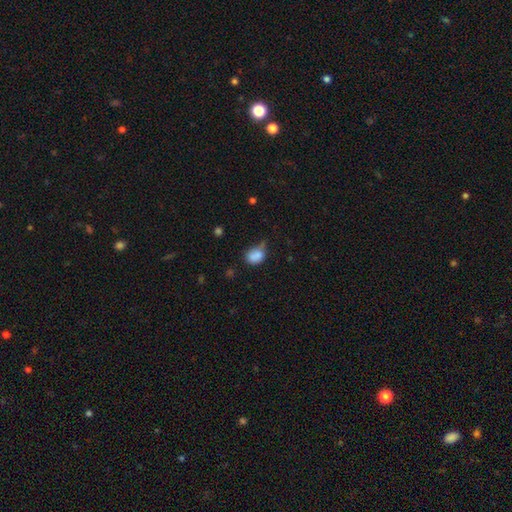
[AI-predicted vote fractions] Overall: smooth (81%). How rounded: in between (64%; round 35%). Merging: minor disturbance (41%; none 33%).